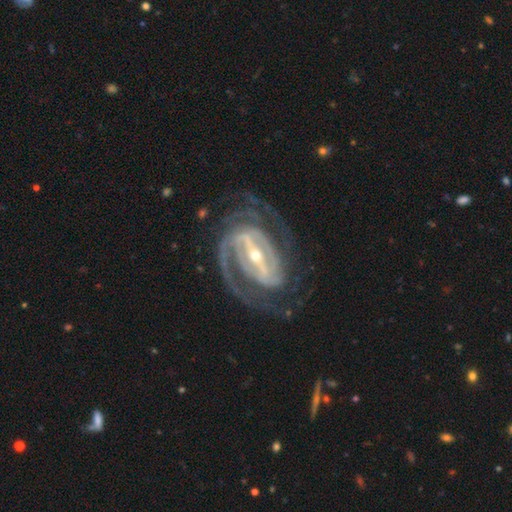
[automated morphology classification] Smooth or featured: featured or disk — 93% (star or artifact — 4%)
Edge-on disk: no — 96% (yes — 4%)
Bar: strong — 78% (weak — 17%)
Spiral arms: yes — 98% (no — 2%)
Spiral winding: tight — 51% (medium — 41%)
Spiral arm count: 2 — 63% (3 — 16%)
Bulge size: small — 53% (moderate — 43%)
Merging: none — 71% (minor disturbance — 14%)